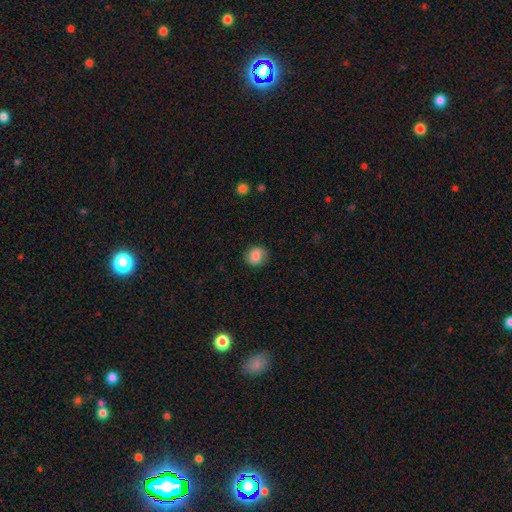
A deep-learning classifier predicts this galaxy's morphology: Smooth or featured? smooth (84%)
How rounded? round (74%)
Merging? none (85%)